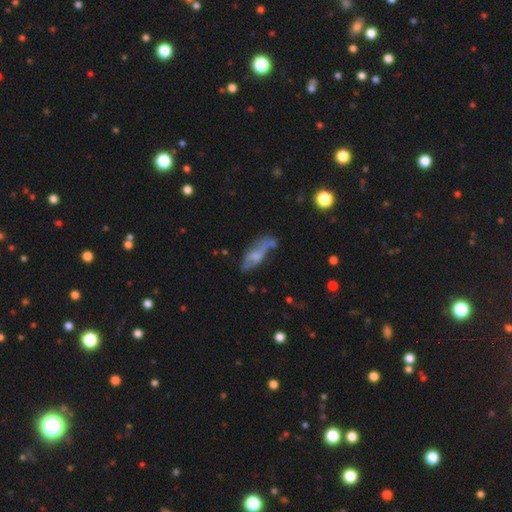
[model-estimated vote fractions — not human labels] This appears to be a featured or disk galaxy (49%). Merging: none (41%).